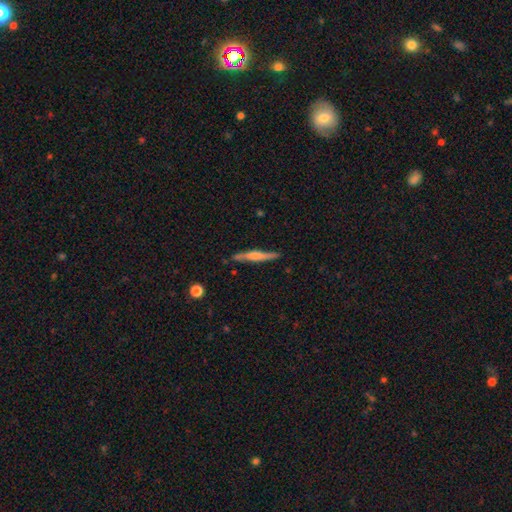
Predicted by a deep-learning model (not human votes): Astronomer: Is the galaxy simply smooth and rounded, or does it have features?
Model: smooth — 49% (runner-up: featured or disk, 45%).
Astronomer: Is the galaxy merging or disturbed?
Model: none — 81%.